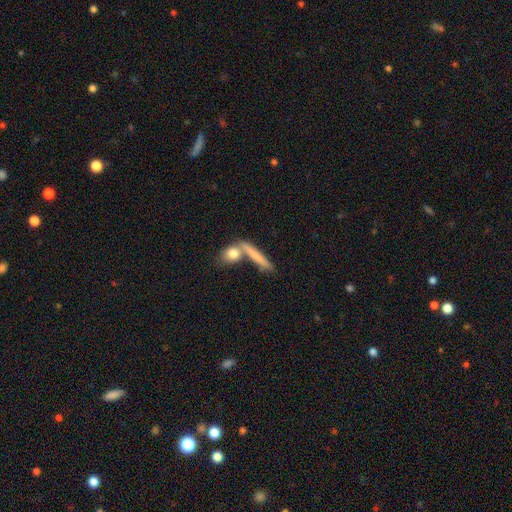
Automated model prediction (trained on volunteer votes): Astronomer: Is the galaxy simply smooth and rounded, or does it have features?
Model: smooth — 71%.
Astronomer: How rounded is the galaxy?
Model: cigar-shaped — 73%.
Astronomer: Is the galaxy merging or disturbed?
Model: none — 56%.